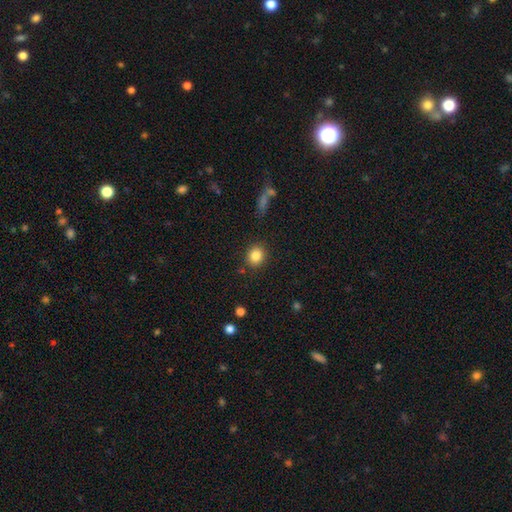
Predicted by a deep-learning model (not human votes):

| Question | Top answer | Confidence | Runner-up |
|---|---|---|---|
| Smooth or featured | smooth | 84% | star or artifact (10%) |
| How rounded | round | 74% | in between (25%) |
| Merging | none | 87% | minor disturbance (8%) |